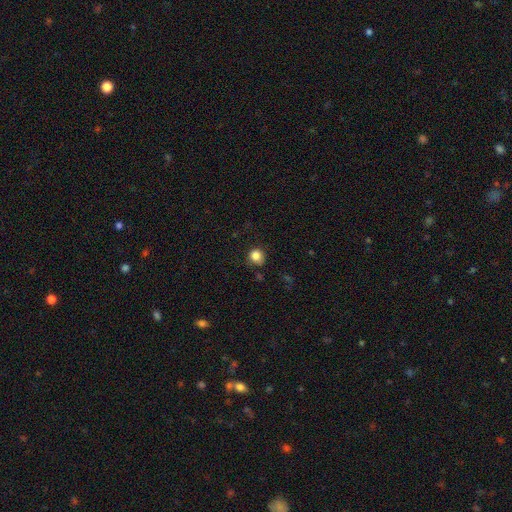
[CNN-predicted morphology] A smooth galaxy with no disk features (84%) that is round (85%).

Vote fractions:
- Smooth or featured? smooth: 84% / star or artifact: 11% / featured or disk: 4%
- How rounded? round: 85% / in between: 14% / cigar-shaped: 1%
- Merging? none: 79% / minor disturbance: 15% / major disturbance: 4% / merger: 2%